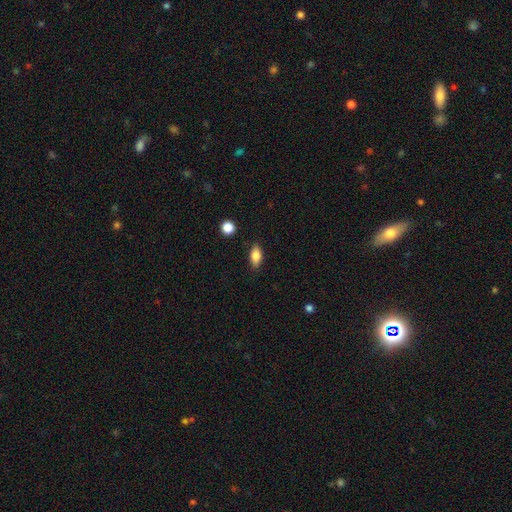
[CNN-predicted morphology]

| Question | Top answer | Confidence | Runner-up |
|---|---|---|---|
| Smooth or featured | smooth | 83% | featured or disk (9%) |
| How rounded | in between | 87% | cigar-shaped (8%) |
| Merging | none | 86% | minor disturbance (10%) |